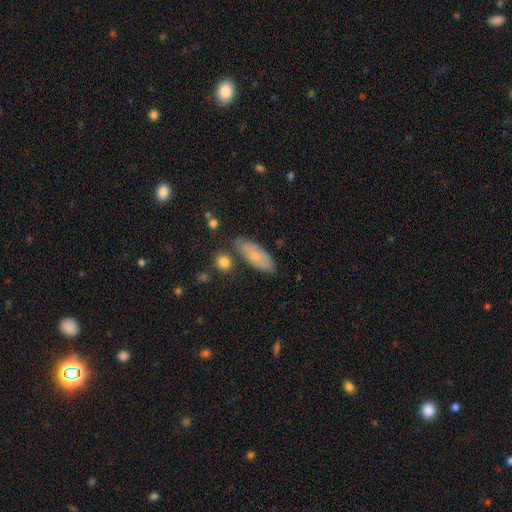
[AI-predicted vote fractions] Smooth or featured?
  - smooth: 72% *
  - featured or disk: 22%
  - star or artifact: 7%
How rounded?
  - in between: 77% *
  - cigar-shaped: 21%
  - round: 3%
Merging?
  - none: 74% *
  - minor disturbance: 17%
  - merger: 5%
  - major disturbance: 3%